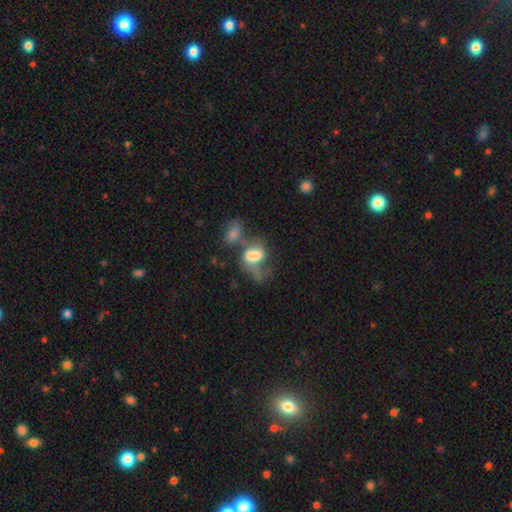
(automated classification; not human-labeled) Smooth or featured? smooth (56%)
How rounded? in between (83%)
Merging? merger (42%)